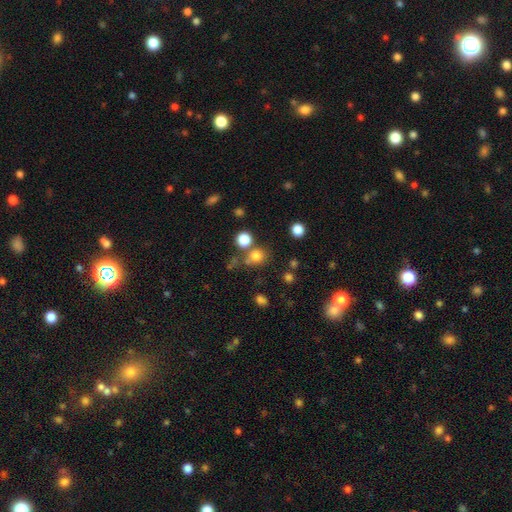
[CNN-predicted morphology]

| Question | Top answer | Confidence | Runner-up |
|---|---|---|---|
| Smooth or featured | smooth | 77% | star or artifact (16%) |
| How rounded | round | 82% | in between (17%) |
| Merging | none | 63% | merger (20%) |